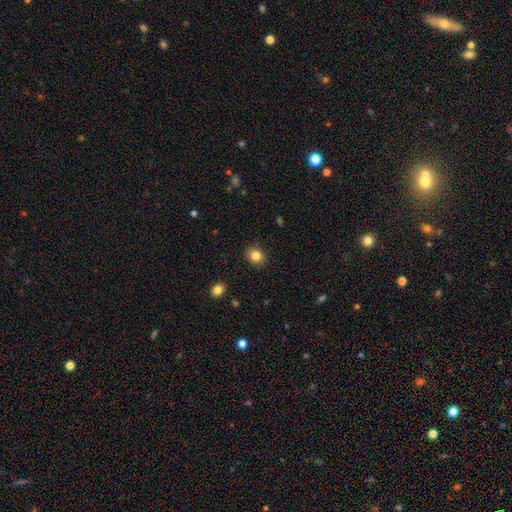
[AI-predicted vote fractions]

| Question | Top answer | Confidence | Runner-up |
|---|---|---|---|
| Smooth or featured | smooth | 83% | star or artifact (10%) |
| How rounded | round | 73% | in between (26%) |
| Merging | none | 90% | minor disturbance (7%) |